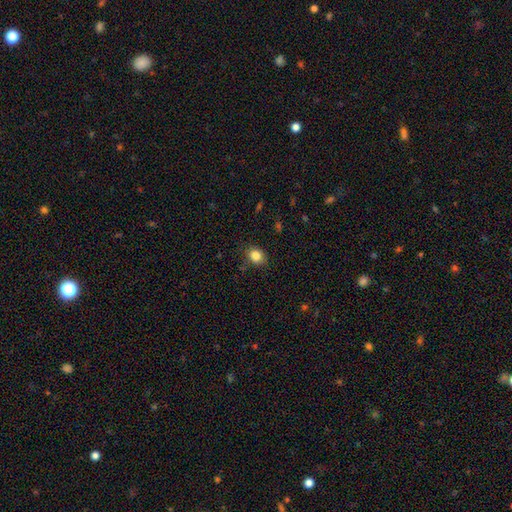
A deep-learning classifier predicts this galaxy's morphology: smooth_or_featured: smooth (p=0.84) [alt: star or artifact p=0.11]
how_rounded: round (p=0.59) [alt: in between p=0.41]
merging: none (p=0.84) [alt: minor disturbance p=0.12]